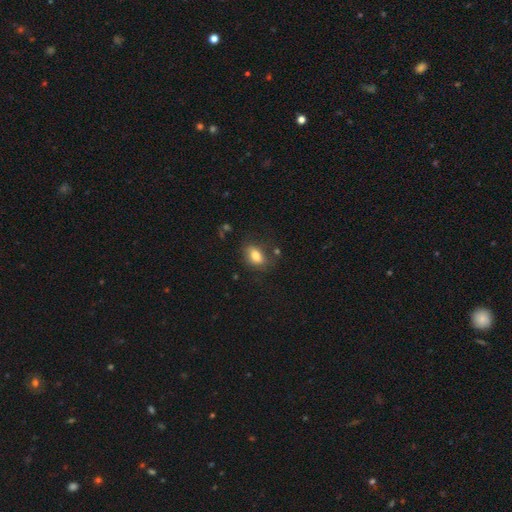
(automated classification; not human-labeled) Smooth or featured?
  - smooth: 80% *
  - featured or disk: 11%
  - star or artifact: 9%
How rounded?
  - in between: 84% *
  - round: 14%
  - cigar-shaped: 2%
Merging?
  - none: 69% *
  - minor disturbance: 20%
  - major disturbance: 7%
  - merger: 4%